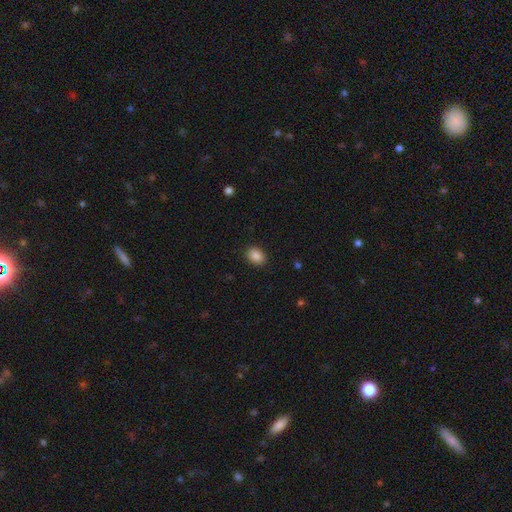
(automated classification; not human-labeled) smooth-or-featured: smooth: 87% | star or artifact: 8% | featured or disk: 4%
  how-rounded: in between: 71% | round: 28% | cigar-shaped: 1%
  merging: none: 89% | minor disturbance: 8% | major disturbance: 2% | merger: 1%